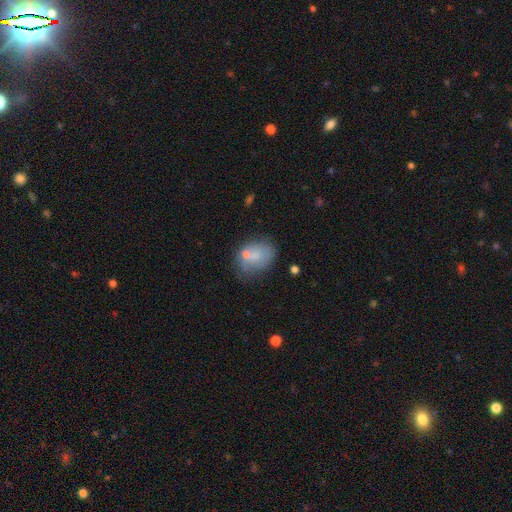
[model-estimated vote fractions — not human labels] Overall: smooth (68%). How rounded: in between (67%; round 32%). Merging: none (43%; minor disturbance 24%).